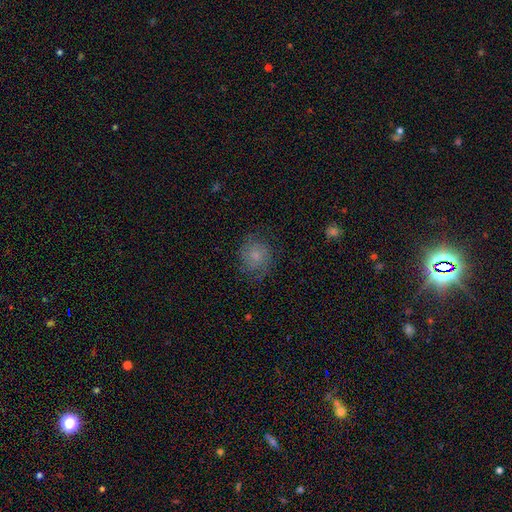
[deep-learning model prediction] This appears to be a smooth galaxy with no disk features (51%) that is round (76%). Merging: none (71%).